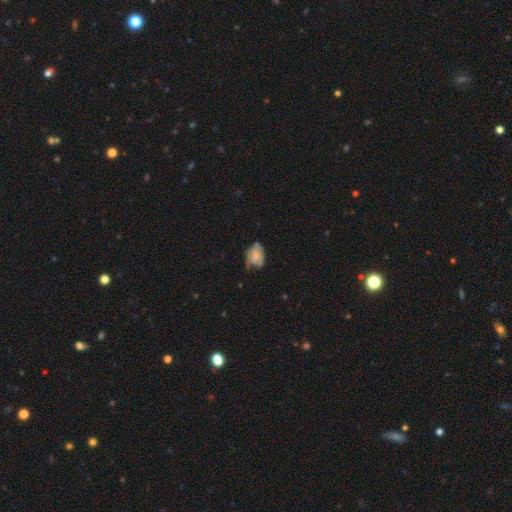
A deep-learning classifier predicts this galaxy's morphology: Smooth or featured: smooth — 59% (featured or disk — 32%)
How rounded: in between — 76% (round — 23%)
Merging: none — 41% (minor disturbance — 36%)